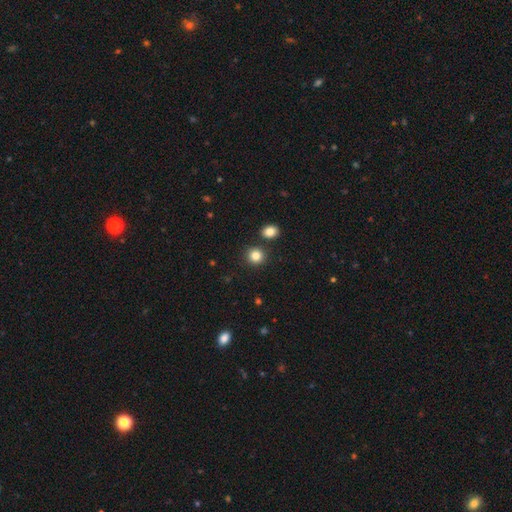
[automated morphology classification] Smooth or featured: smooth — 84% (star or artifact — 11%)
How rounded: round — 88% (in between — 11%)
Merging: none — 83% (merger — 8%)